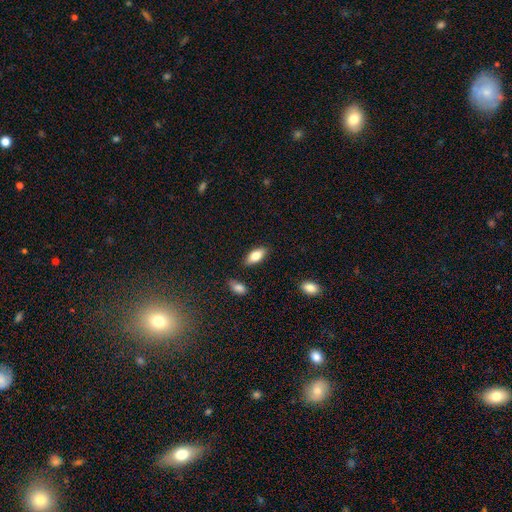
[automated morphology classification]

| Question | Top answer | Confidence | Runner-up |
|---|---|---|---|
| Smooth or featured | smooth | 80% | featured or disk (14%) |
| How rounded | in between | 86% | cigar-shaped (12%) |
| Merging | none | 85% | minor disturbance (11%) |